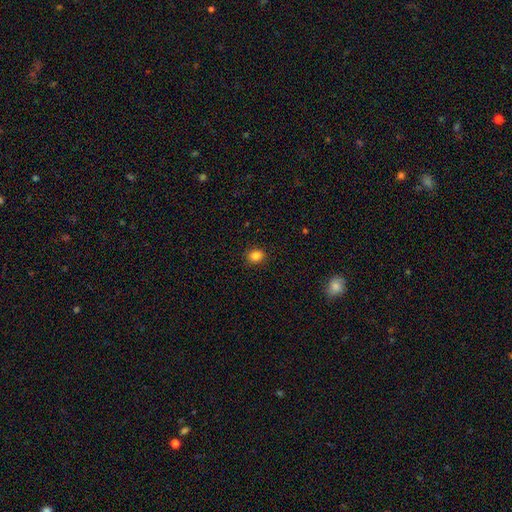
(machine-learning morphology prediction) A smooth galaxy with no disk features (85%) that is round (58%).

Vote fractions:
- Smooth or featured? smooth: 85% / star or artifact: 11% / featured or disk: 4%
- How rounded? round: 58% / in between: 41% / cigar-shaped: 1%
- Merging? none: 89% / minor disturbance: 8% / major disturbance: 2% / merger: 1%